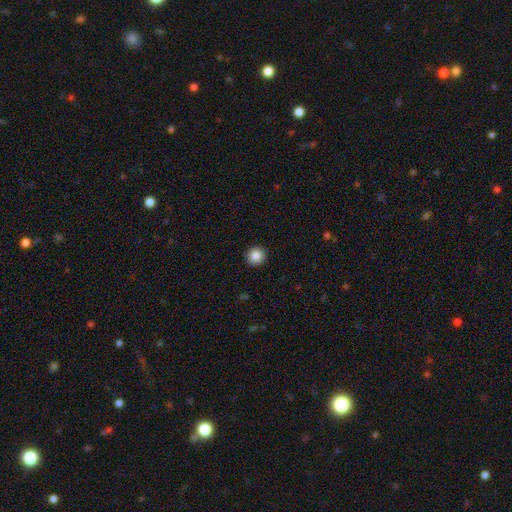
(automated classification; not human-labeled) Smooth or featured: smooth — 87% (star or artifact — 9%)
How rounded: round — 93% (in between — 6%)
Merging: none — 92% (minor disturbance — 6%)